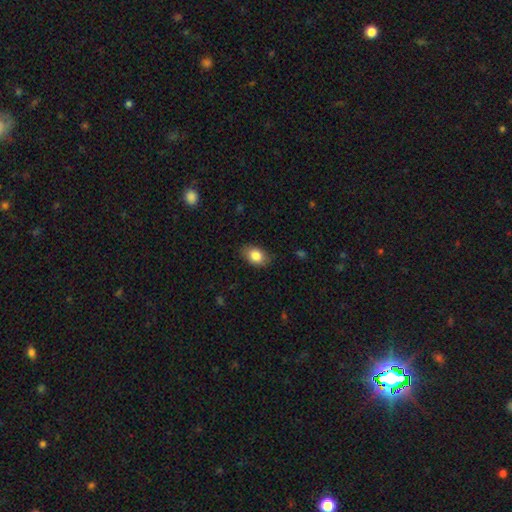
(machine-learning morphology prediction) type=smooth (84%); roundness=in between (84%); merging=none (83%).